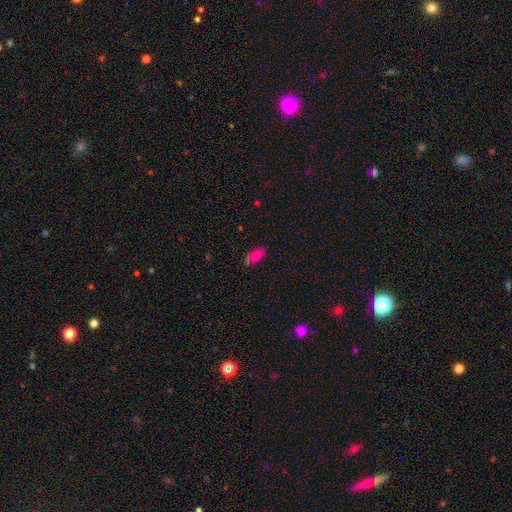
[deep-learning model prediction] Smooth or featured?
  - smooth: 79% *
  - star or artifact: 12%
  - featured or disk: 9%
How rounded?
  - in between: 91% *
  - cigar-shaped: 7%
  - round: 3%
Merging?
  - none: 78% *
  - minor disturbance: 16%
  - major disturbance: 4%
  - merger: 2%